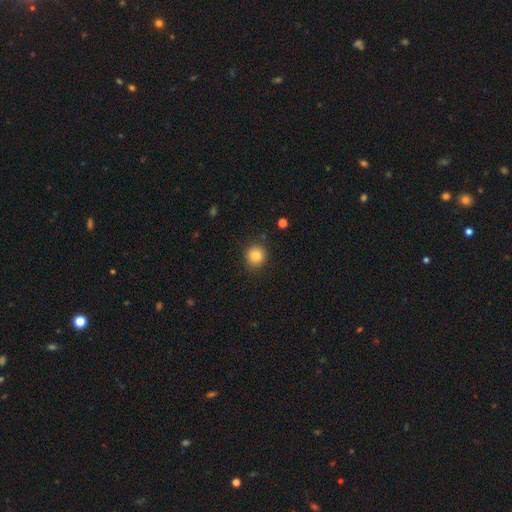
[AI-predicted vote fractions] The model was most divided on "smooth or featured": smooth: 83%, star or artifact: 11%, featured or disk: 6%. More confident: how rounded — round (88%); merging — none (87%).